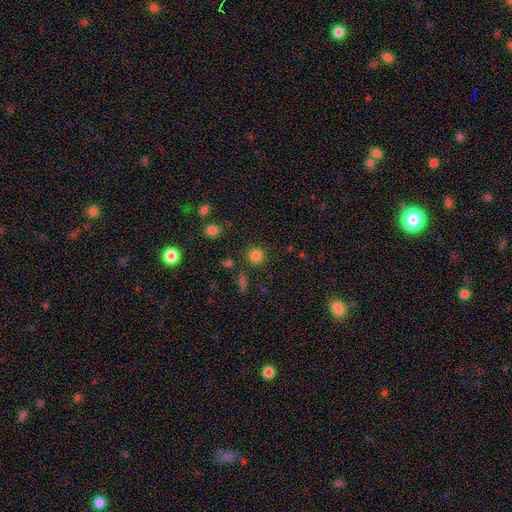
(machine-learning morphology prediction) smooth_or_featured: smooth (p=0.81) [alt: star or artifact p=0.14]
how_rounded: round (p=0.92) [alt: in between p=0.07]
merging: none (p=0.83) [alt: minor disturbance p=0.09]